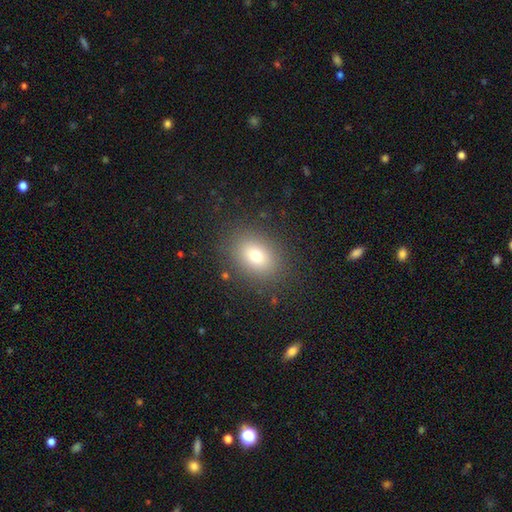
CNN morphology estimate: This is likely a smooth galaxy (74%). How rounded: likely in between (65%). Merging: clearly none (86%).